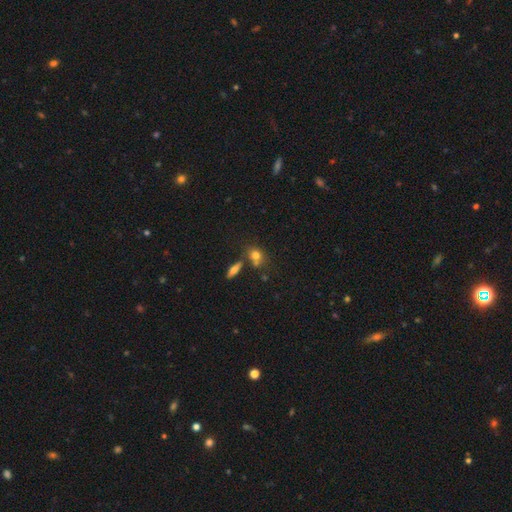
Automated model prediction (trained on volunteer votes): A smooth galaxy with no disk features (75%) that is round (51%). Merging: none (57%).